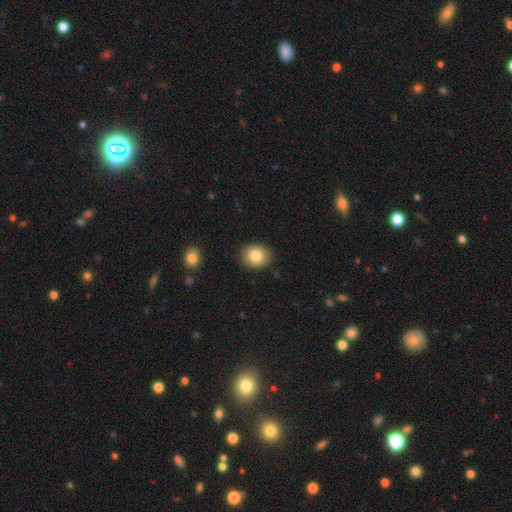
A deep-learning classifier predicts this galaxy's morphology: Smooth or featured? Predicted: smooth (p=0.83). How rounded? Predicted: round (p=0.68). Merging? Predicted: none (p=0.88).